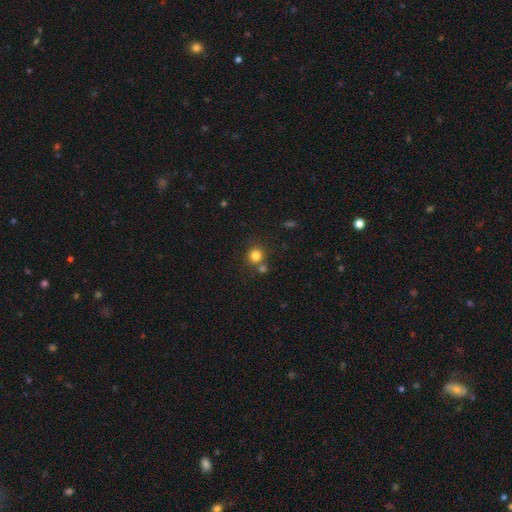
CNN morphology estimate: Overall: smooth (82%). How rounded: round (89%). Merging: none (67%).